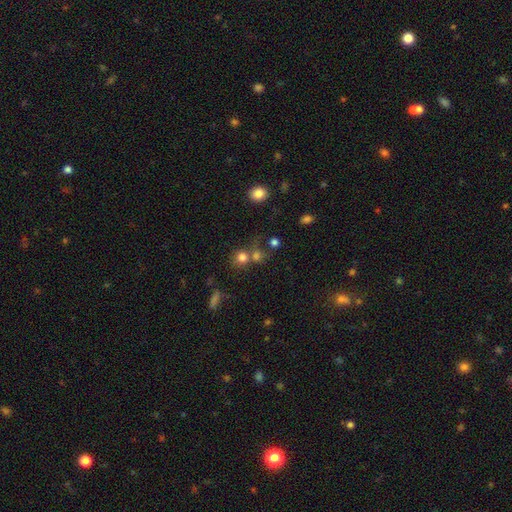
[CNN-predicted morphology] Overall: smooth (48%; star or artifact 39%). Merging: none (57%; merger 26%).